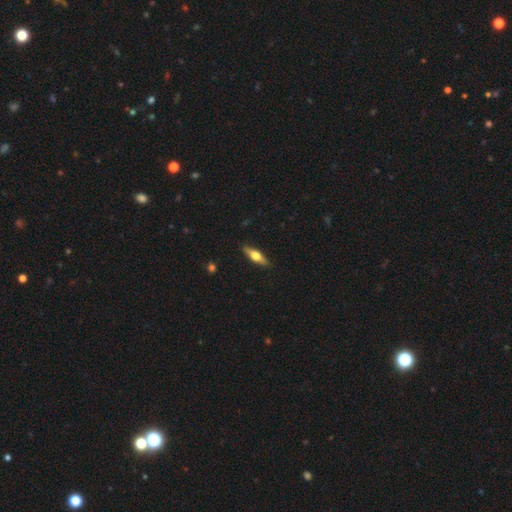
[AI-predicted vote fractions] The model was most divided on "smooth or featured": featured or disk: 57%, smooth: 37%, star or artifact: 6%. More confident: edge-on disk — yes (94%); edge-on bulge — rounded (94%); merging — none (89%).